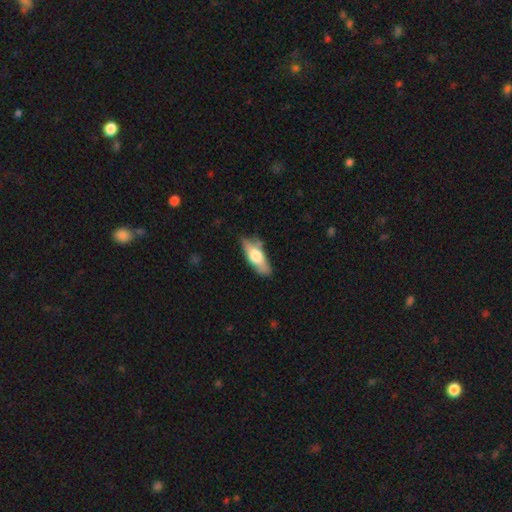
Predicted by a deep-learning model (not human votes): A smooth galaxy with no disk features (62%) that is in between round and cigar-shaped (65%). Merging: none (69%).